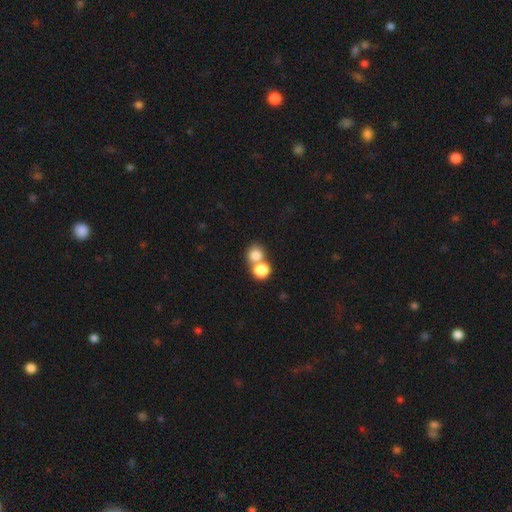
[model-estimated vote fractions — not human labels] Smooth or featured? Predicted: smooth (p=0.79). How rounded? Predicted: round (p=0.82). Merging? Predicted: merger (p=0.53).